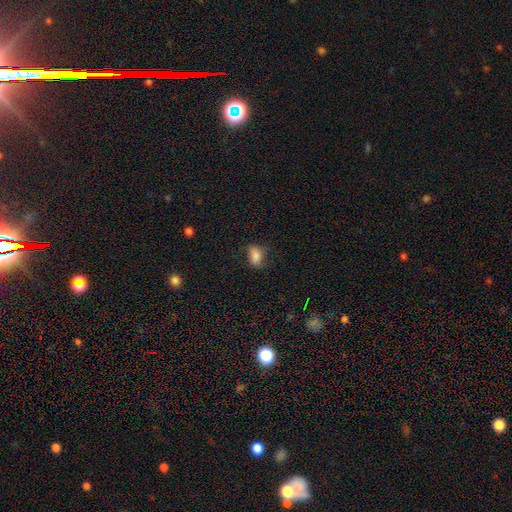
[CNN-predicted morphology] A smooth galaxy with no disk features (81%) that is in between round and cigar-shaped (85%).

Vote fractions:
- Smooth or featured? smooth: 81% / featured or disk: 10% / star or artifact: 9%
- How rounded? in between: 85% / round: 13% / cigar-shaped: 2%
- Merging? none: 64% / minor disturbance: 25% / major disturbance: 9% / merger: 1%